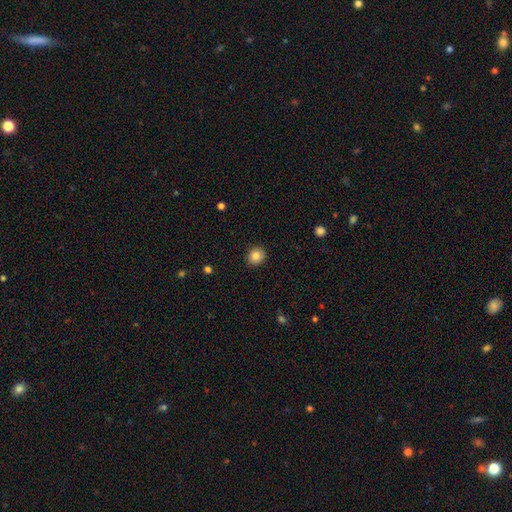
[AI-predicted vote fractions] smooth_or_featured: smooth (p=0.85) [alt: star or artifact p=0.10]
how_rounded: round (p=0.84) [alt: in between p=0.15]
merging: none (p=0.91) [alt: minor disturbance p=0.06]